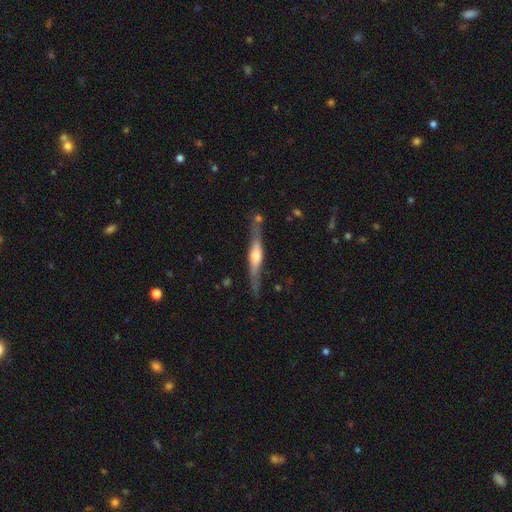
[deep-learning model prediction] Morphology: type=featured or disk (74%); edge-on=yes (95%); edge-on bulge=rounded (78%); merging=none (79%).